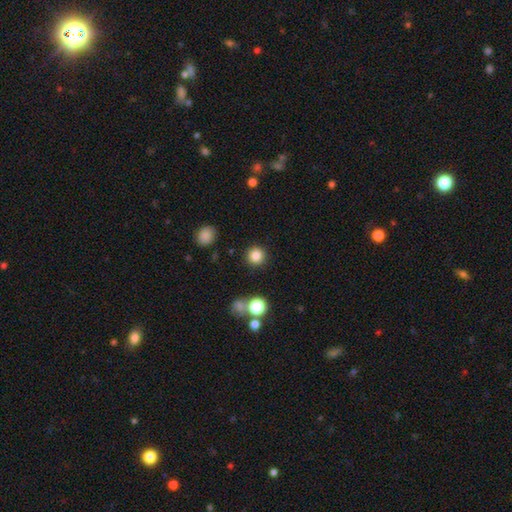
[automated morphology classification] smooth 84%, star or artifact 11%, featured or disk 5%. Down the decision tree: how rounded — round (94%); merging — none (89%).